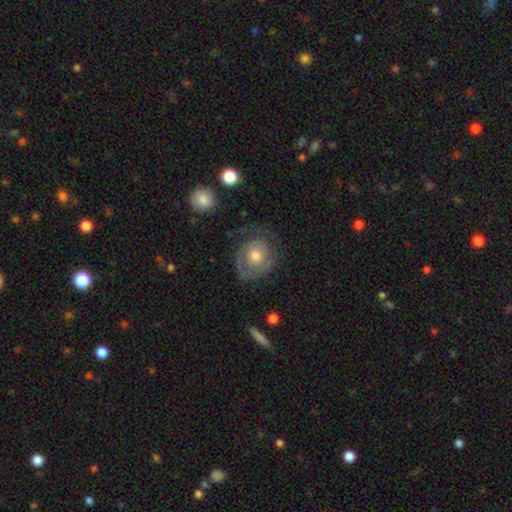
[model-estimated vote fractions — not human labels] Smooth or featured: featured or disk — 70% (smooth — 24%)
Edge-on disk: no — 97% (yes — 3%)
Bar: no — 82% (weak — 16%)
Spiral arms: yes — 80% (no — 20%)
Spiral winding: tight — 63% (medium — 25%)
Spiral arm count: 1 — 37% (2 — 35%)
Bulge size: moderate — 64% (small — 22%)
Merging: none — 62% (minor disturbance — 19%)